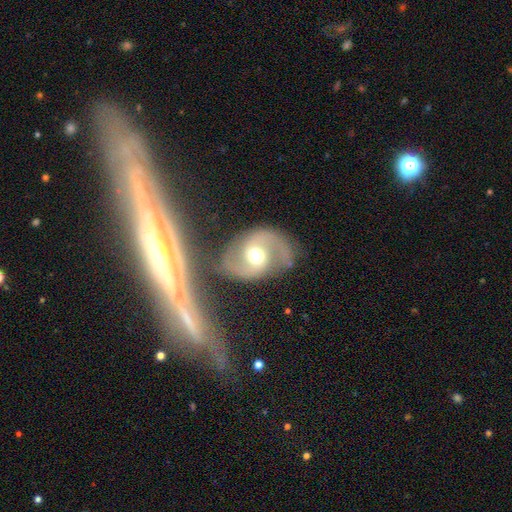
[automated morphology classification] type=featured or disk (85%); edge-on=no (98%); bar=no (43%); spiral arms=yes (94%); winding=medium (56%); arm count=2 (93%); bulge=moderate (74%); merging=none (72%).